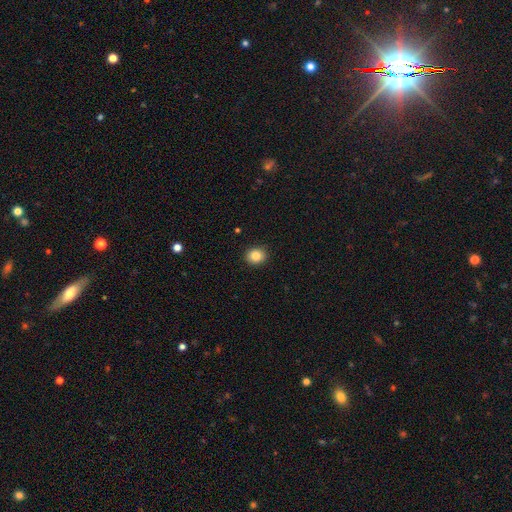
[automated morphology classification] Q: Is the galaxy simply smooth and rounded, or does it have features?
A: smooth — 85%.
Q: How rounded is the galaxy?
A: round — 71%.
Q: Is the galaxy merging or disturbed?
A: none — 91%.